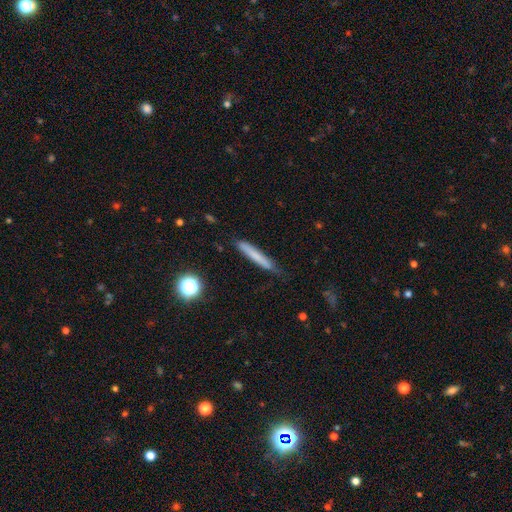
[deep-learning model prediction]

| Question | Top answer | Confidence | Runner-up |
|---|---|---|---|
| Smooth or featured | smooth | 70% | featured or disk (22%) |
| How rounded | cigar-shaped | 95% | in between (4%) |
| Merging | none | 76% | minor disturbance (19%) |